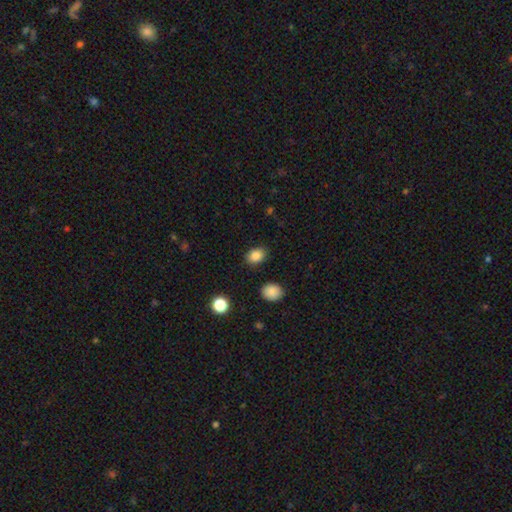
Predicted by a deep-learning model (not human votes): This appears to be a smooth galaxy with no disk features (86%) that is in between round and cigar-shaped (73%). Merging: none (86%).